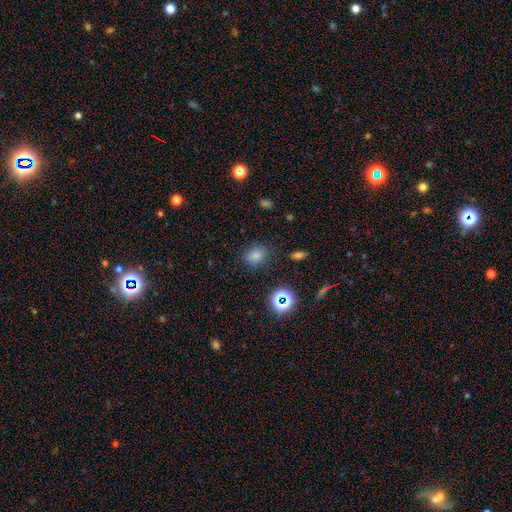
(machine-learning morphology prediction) A smooth galaxy with no disk features (73%) that is in between round and cigar-shaped (59%).

Vote fractions:
- Smooth or featured? smooth: 73% / star or artifact: 19% / featured or disk: 8%
- How rounded? in between: 59% / round: 40% / cigar-shaped: 1%
- Merging? none: 79% / minor disturbance: 14% / major disturbance: 5% / merger: 3%